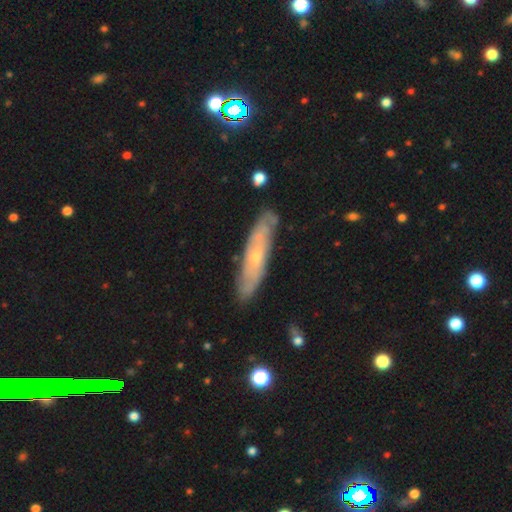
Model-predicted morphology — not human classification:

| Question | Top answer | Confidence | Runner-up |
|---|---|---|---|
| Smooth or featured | featured or disk | 66% | smooth (28%) |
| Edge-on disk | no | 59% | yes (41%) |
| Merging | none | 81% | minor disturbance (14%) |